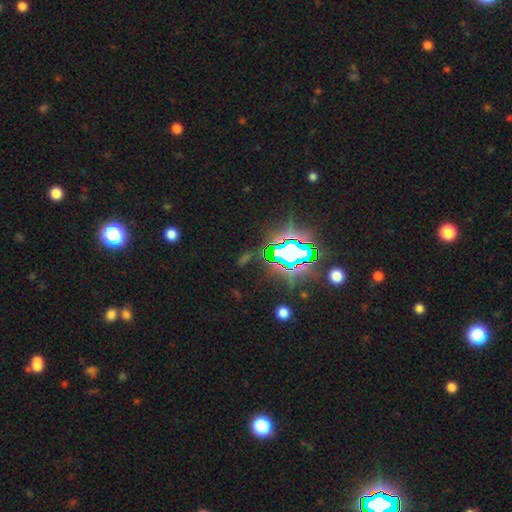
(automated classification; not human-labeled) A star or artifact, not a galaxy (81%).